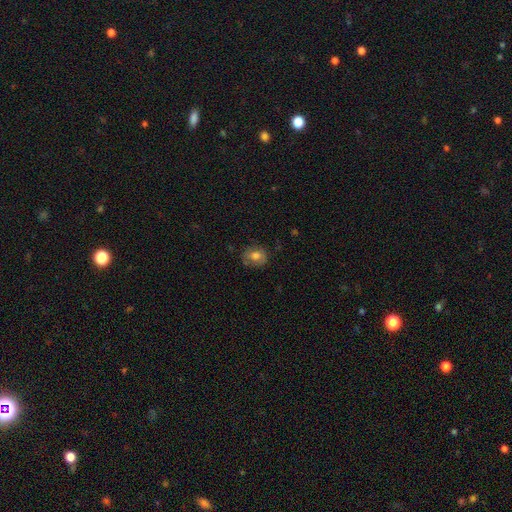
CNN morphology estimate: smooth_or_featured: smooth (p=0.69) [alt: featured or disk p=0.22]
how_rounded: round (p=0.65) [alt: in between p=0.34]
merging: none (p=0.73) [alt: minor disturbance p=0.20]